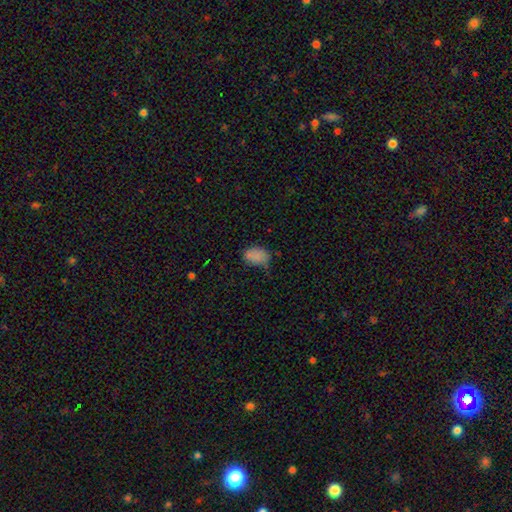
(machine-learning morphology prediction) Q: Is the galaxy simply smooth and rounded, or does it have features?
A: smooth — 82%.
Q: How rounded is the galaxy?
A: in between — 82%.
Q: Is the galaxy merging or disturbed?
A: none — 55%.